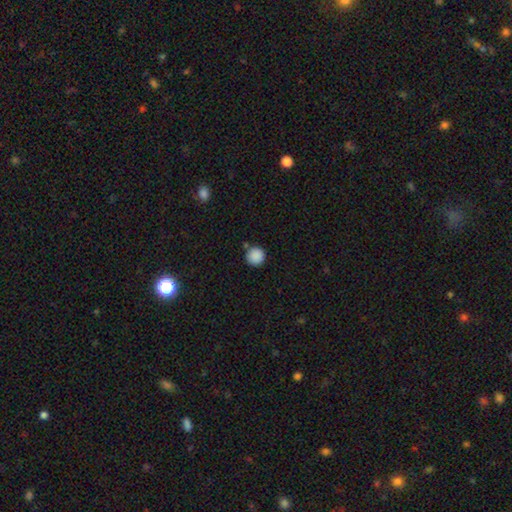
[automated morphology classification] Smooth or featured?
  - smooth: 89% *
  - star or artifact: 9%
  - featured or disk: 3%
How rounded?
  - round: 95% *
  - in between: 4%
  - cigar-shaped: 1%
Merging?
  - none: 83% *
  - minor disturbance: 9%
  - merger: 6%
  - major disturbance: 2%